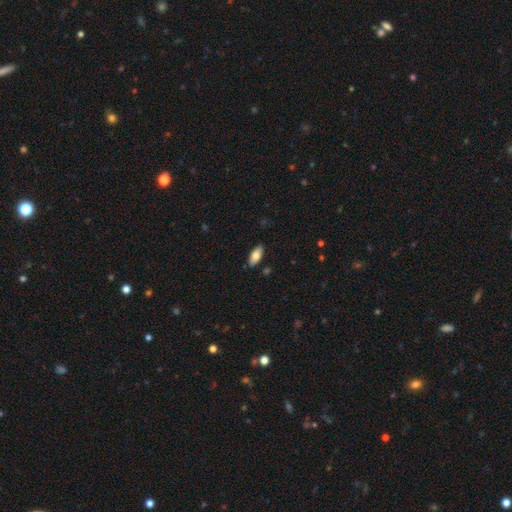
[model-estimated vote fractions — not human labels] A smooth galaxy with no disk features (78%) that is in between round and cigar-shaped (87%). Merging: none (87%).